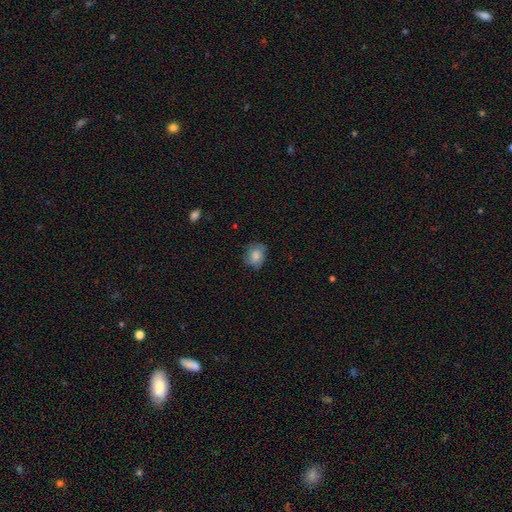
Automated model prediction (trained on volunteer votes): This is likely a smooth galaxy (76%). How rounded: possibly round (58%). Merging: likely none (68%).